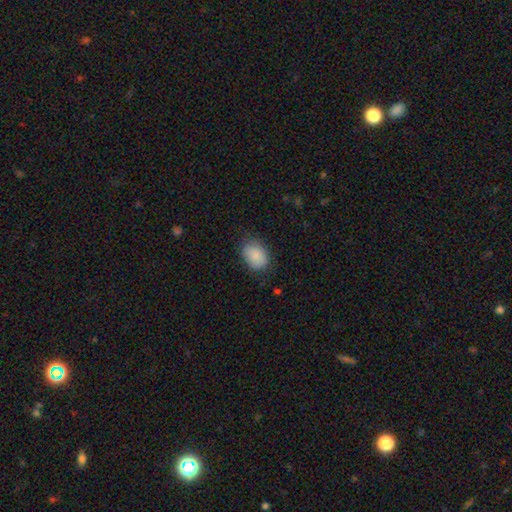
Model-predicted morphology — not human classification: smooth-or-featured: smooth: 87% | star or artifact: 7% | featured or disk: 6%
  how-rounded: in between: 71% | round: 28% | cigar-shaped: 1%
  merging: none: 76% | minor disturbance: 19% | major disturbance: 4% | merger: 1%